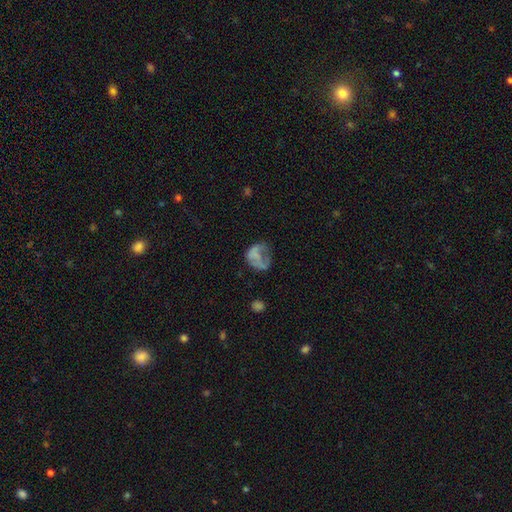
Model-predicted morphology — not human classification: smooth_or_featured: smooth (p=0.54) [alt: featured or disk p=0.34]
how_rounded: round (p=0.57) [alt: in between p=0.42]
merging: major disturbance (p=0.39) [alt: none p=0.33]